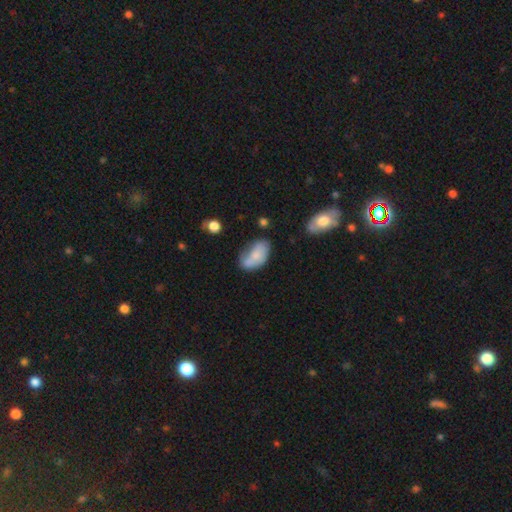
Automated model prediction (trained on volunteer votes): smooth 66%, featured or disk 26%, star or artifact 8%. Down the decision tree: how rounded — in between (92%); merging — none (38%).